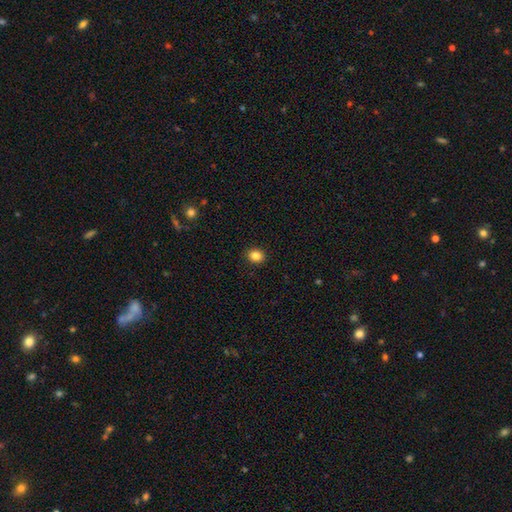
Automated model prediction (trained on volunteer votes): This appears to be a smooth galaxy with no disk features (85%) that is round (71%). Merging: none (92%).